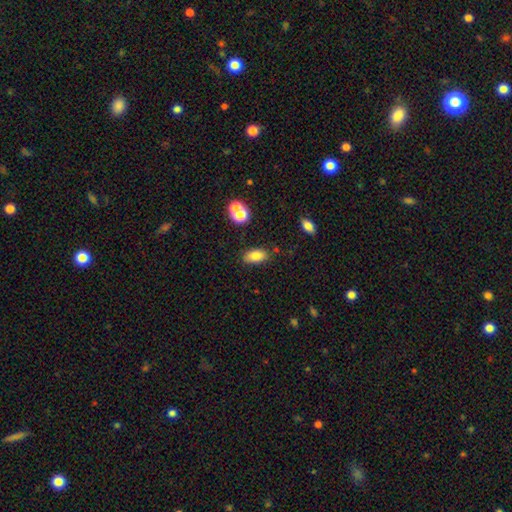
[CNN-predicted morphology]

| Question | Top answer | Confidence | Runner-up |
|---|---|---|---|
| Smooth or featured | smooth | 81% | star or artifact (10%) |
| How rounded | in between | 89% | round (6%) |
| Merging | none | 78% | minor disturbance (13%) |